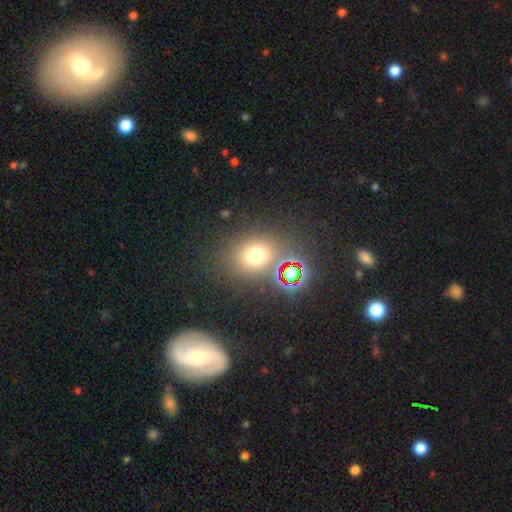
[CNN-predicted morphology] Smooth or featured? Predicted: smooth (p=0.64). How rounded? Predicted: round (p=0.70). Merging? Predicted: none (p=0.77).